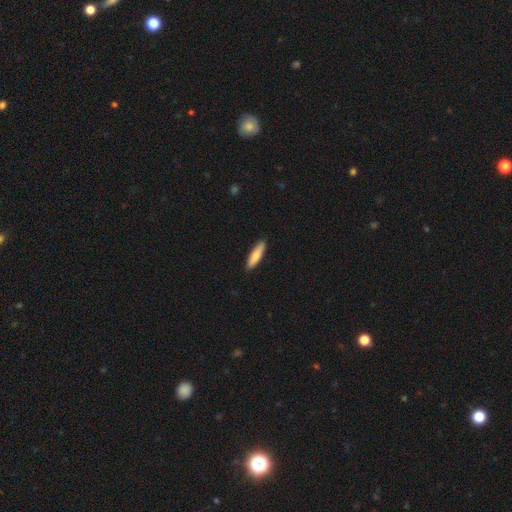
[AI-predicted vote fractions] Smooth or featured: smooth — 81% (featured or disk — 14%)
How rounded: cigar-shaped — 74% (in between — 25%)
Merging: none — 90% (minor disturbance — 8%)